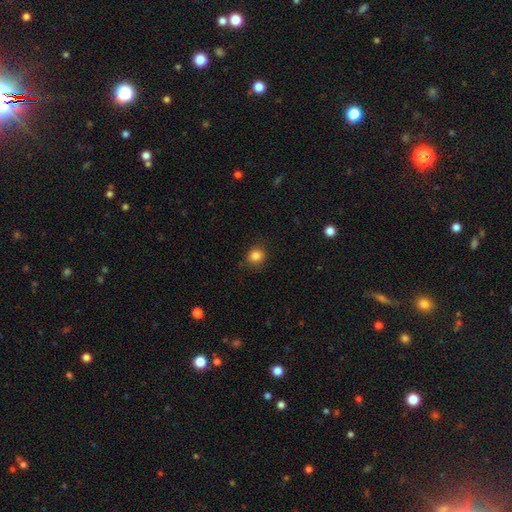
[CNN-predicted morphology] This is clearly a smooth galaxy (84%). How rounded: clearly round (83%). Merging: clearly none (84%).